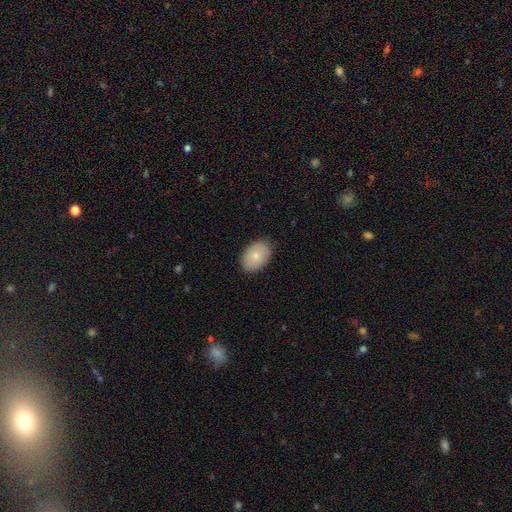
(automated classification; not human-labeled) Smooth or featured? Predicted: smooth (p=0.82). How rounded? Predicted: in between (p=0.85). Merging? Predicted: none (p=0.86).